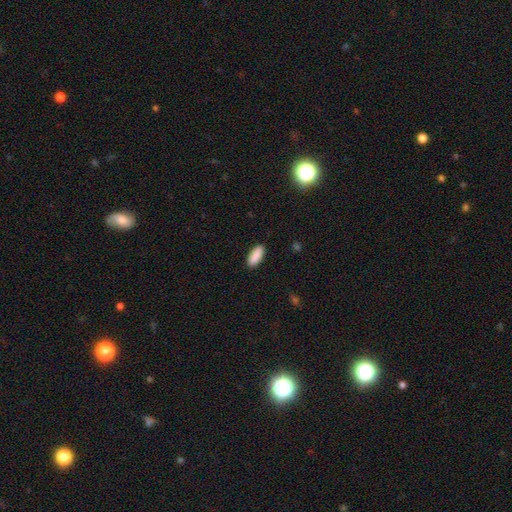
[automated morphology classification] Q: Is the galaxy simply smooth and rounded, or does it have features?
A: smooth — 91%.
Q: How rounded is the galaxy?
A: in between — 80%.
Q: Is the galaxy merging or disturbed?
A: none — 90%.